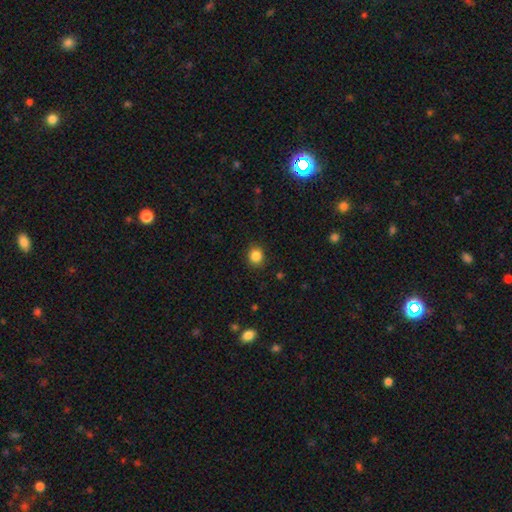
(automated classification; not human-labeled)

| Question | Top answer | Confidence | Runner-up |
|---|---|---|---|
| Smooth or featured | smooth | 86% | star or artifact (10%) |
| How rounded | round | 80% | in between (20%) |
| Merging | none | 89% | minor disturbance (8%) |